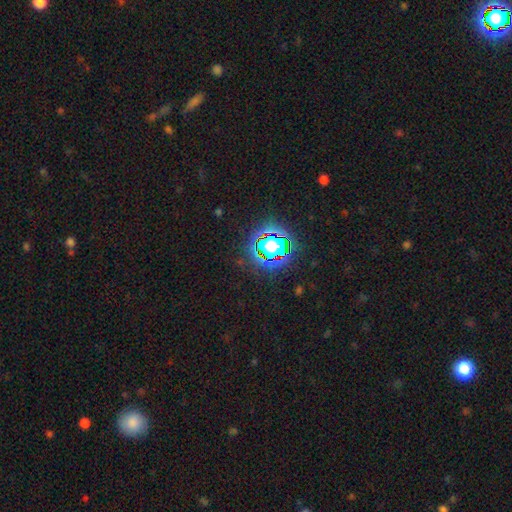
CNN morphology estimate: A star or artifact, not a galaxy (82%).